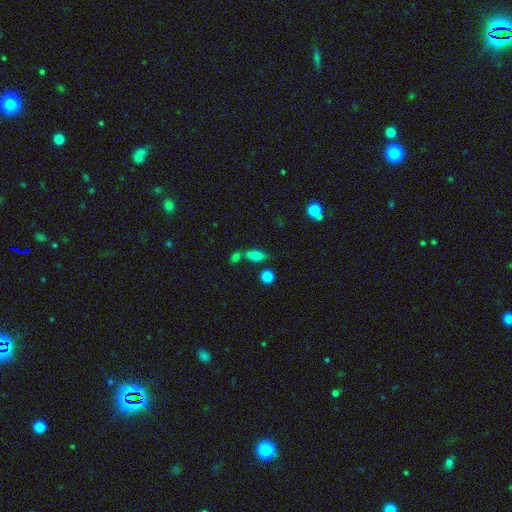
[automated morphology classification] The model was most divided on "merging": none: 60%, merger: 20%, minor disturbance: 15%, major disturbance: 5%. More confident: how rounded — in between (76%); smooth or featured — smooth (72%).